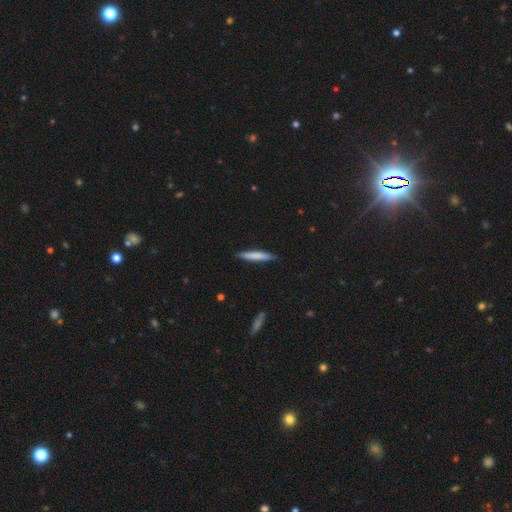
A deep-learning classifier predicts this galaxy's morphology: The model was most divided on "smooth or featured": smooth: 76%, featured or disk: 19%, star or artifact: 5%. More confident: how rounded — cigar-shaped (93%); merging — none (89%).